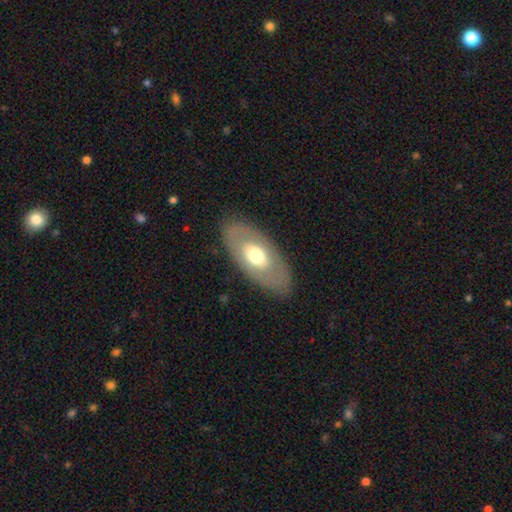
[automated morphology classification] Smooth or featured: smooth — 50% (featured or disk — 44%)
Merging: none — 83% (minor disturbance — 11%)